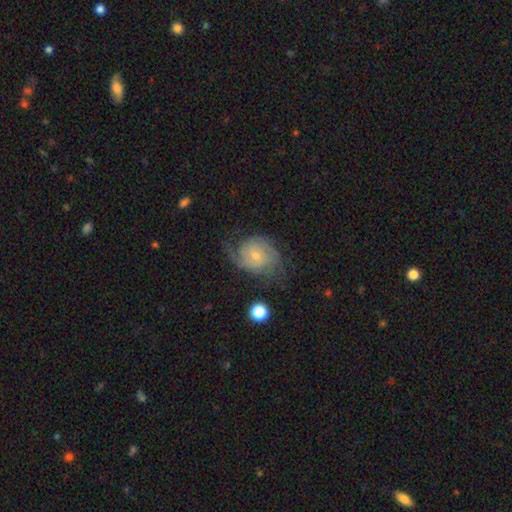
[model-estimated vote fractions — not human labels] smooth-or-featured: featured or disk: 67% | smooth: 24% | star or artifact: 8%
  disk-edge-on: no: 97% | yes: 3%
    bar: no: 72% | weak: 24% | strong: 4%
    has-spiral-arms: yes: 90% | no: 10%
      spiral-winding: medium: 38% | tight: 31% | loose: 31%
      spiral-arm-count: 2: 50% | can't tell: 22% | 1: 14% | 3: 8% | 4: 3% | more than 4: 3%
    bulge-size: small: 68% | moderate: 25% | none: 3% | large: 2% | dominant: 1%
  merging: none: 52% | minor disturbance: 24% | major disturbance: 22% | merger: 2%